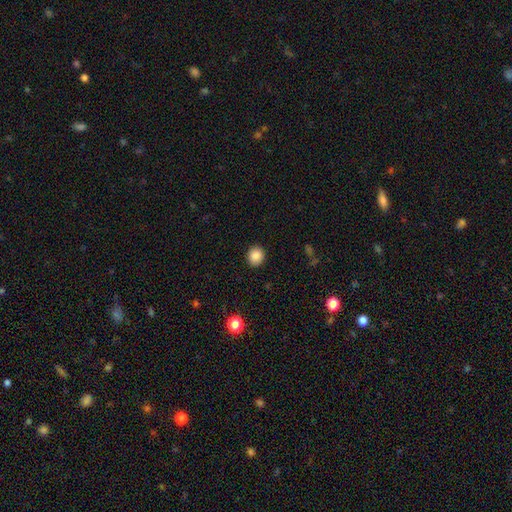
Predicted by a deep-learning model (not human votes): Morphology: type=smooth (87%); roundness=round (83%); merging=none (91%).